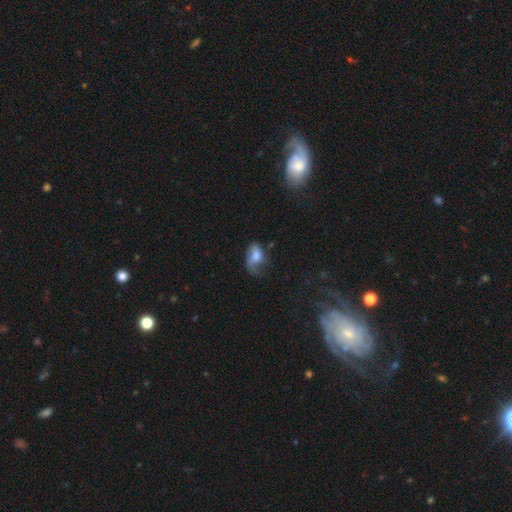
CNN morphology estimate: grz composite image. It shows a smooth galaxy with no disk features (55%) that is in between round and cigar-shaped (86%). Merging: major disturbance (43%).